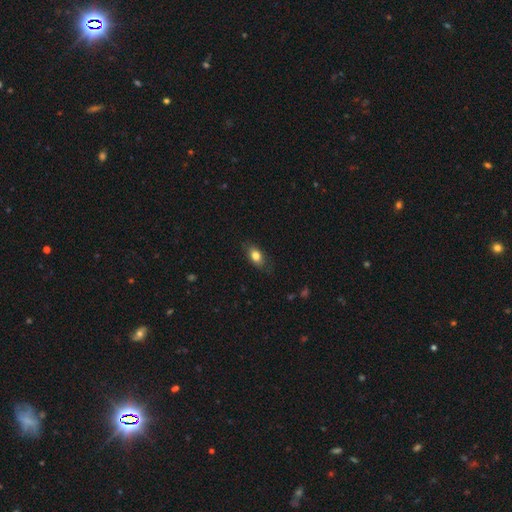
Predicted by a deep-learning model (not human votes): Morphology: type=smooth (79%); roundness=in between (82%); merging=none (80%).